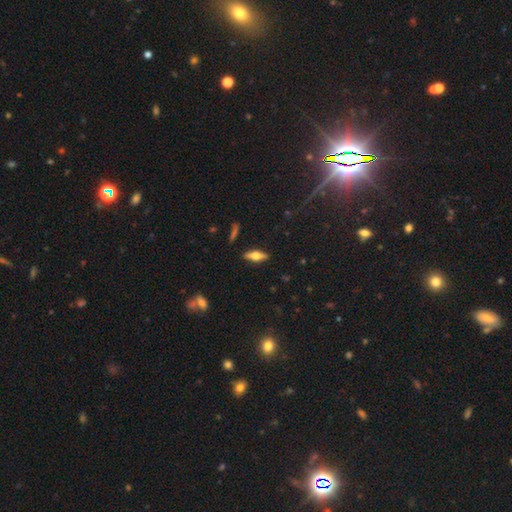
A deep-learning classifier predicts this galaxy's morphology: Overall: featured or disk (49%; smooth 44%). Merging: none (88%).